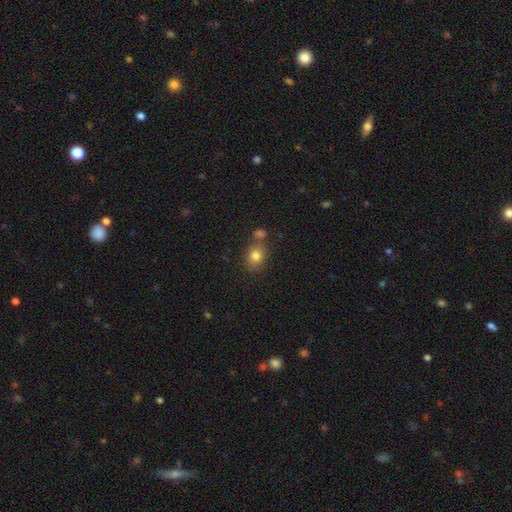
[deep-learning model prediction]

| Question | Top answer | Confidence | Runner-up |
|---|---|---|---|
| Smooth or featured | smooth | 80% | star or artifact (11%) |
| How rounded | round | 50% | in between (48%) |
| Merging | none | 64% | merger (19%) |